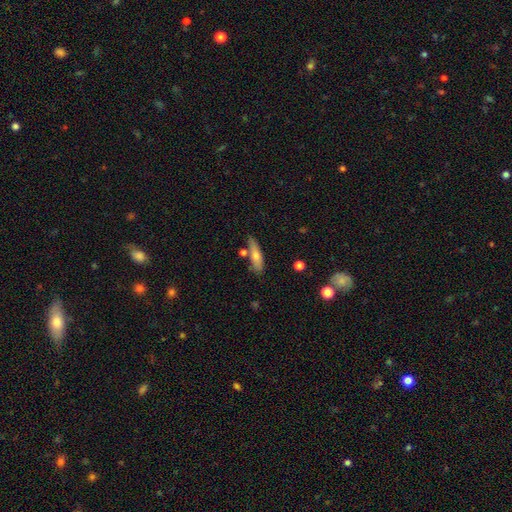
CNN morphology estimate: type=smooth (68%); roundness=cigar-shaped (66%); merging=none (71%).